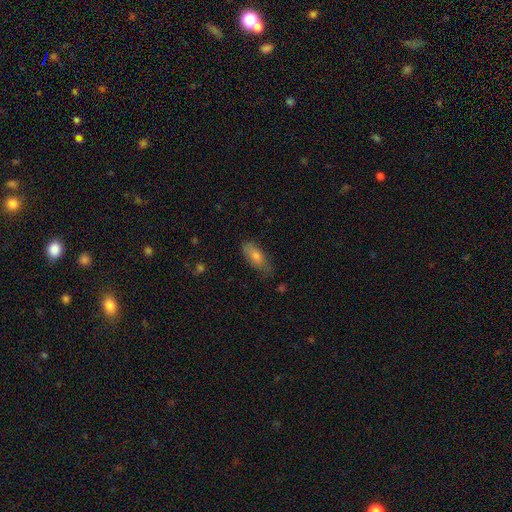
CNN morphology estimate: Smooth or featured? smooth (68%)
How rounded? in between (72%)
Merging? none (73%)